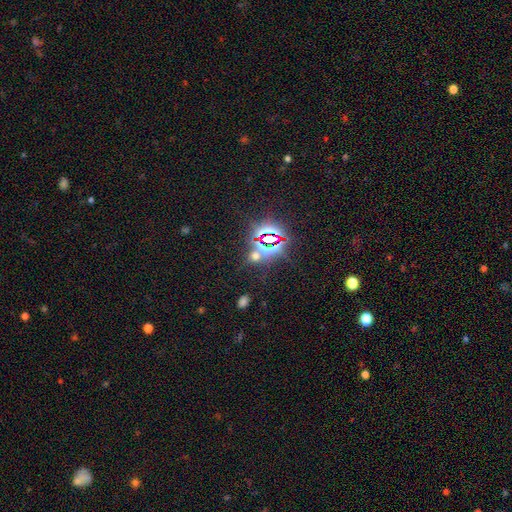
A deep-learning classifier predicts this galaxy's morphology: Overall: star or artifact (63%; smooth 29%).